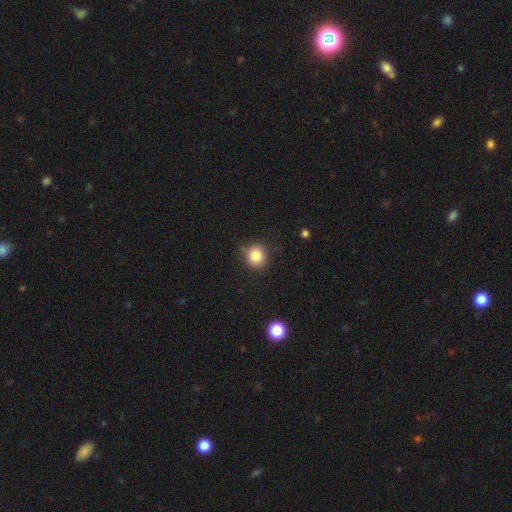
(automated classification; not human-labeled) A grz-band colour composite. It shows a smooth galaxy with no disk features (84%) that is round (87%). Merging: none (82%).